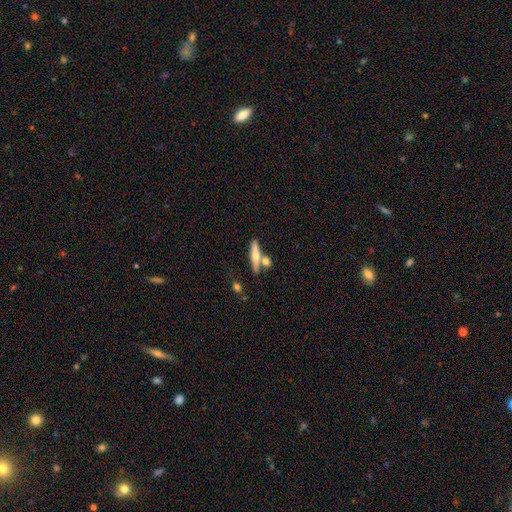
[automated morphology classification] type=featured or disk (52%); edge-on=yes (92%); merging=none (62%).